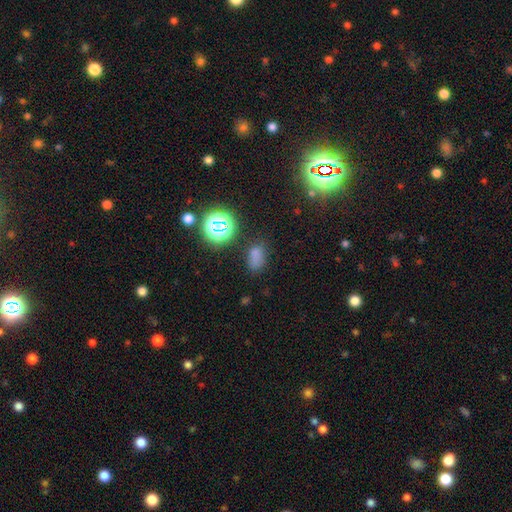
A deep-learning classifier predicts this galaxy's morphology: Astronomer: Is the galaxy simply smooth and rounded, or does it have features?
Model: smooth — 65%.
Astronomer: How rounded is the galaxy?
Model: in between — 82%.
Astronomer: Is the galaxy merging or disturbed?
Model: none — 63%.